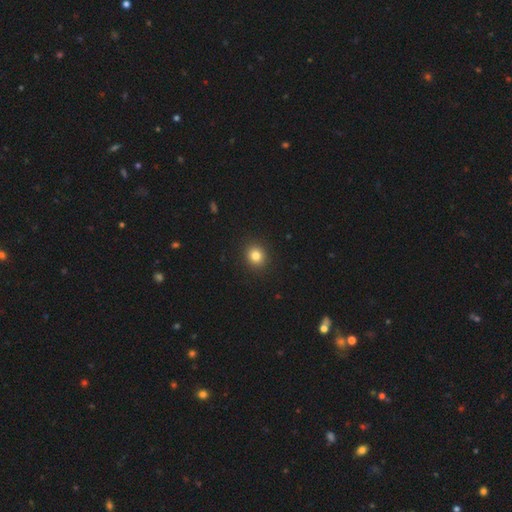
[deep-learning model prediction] Smooth or featured? smooth (82%)
How rounded? round (83%)
Merging? none (92%)